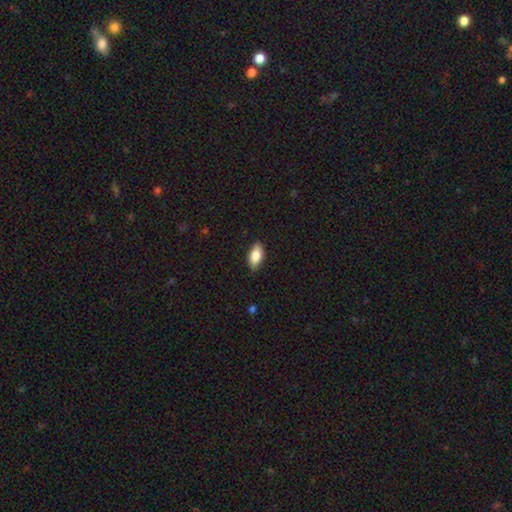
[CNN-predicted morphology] Overall: smooth (83%). How rounded: in between (90%). Merging: none (87%).